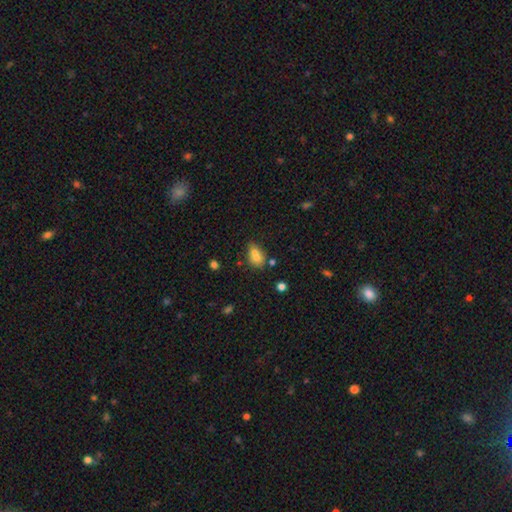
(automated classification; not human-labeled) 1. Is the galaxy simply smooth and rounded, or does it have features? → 74% smooth, 14% featured or disk, 12% star or artifact.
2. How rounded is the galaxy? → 78% in between, 18% round, 3% cigar-shaped.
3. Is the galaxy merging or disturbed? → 50% none, 27% merger, 17% minor disturbance, 6% major disturbance.